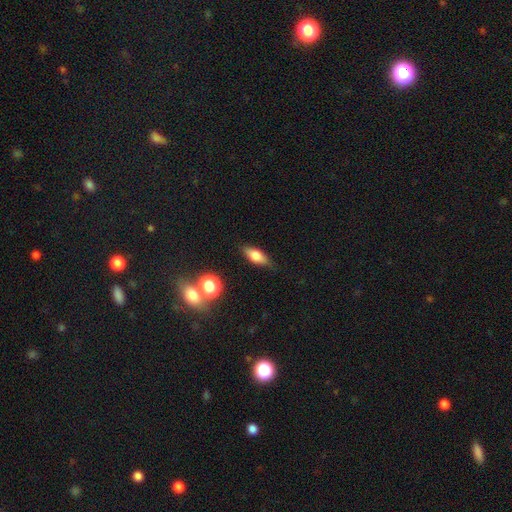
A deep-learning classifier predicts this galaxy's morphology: Q: Smooth or featured?
A: smooth (67%); runner-up: featured or disk (23%)
Q: How rounded?
A: in between (71%); runner-up: cigar-shaped (23%)
Q: Merging?
A: none (84%); runner-up: minor disturbance (11%)